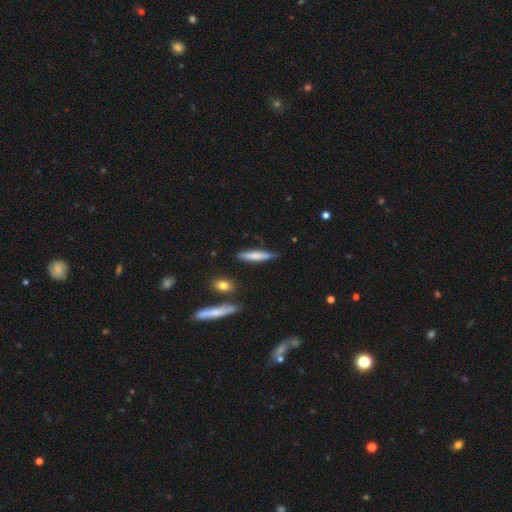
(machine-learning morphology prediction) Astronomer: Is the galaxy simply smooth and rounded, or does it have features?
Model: smooth — 68%.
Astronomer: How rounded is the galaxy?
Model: cigar-shaped — 86%.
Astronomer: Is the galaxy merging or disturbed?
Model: none — 77%.